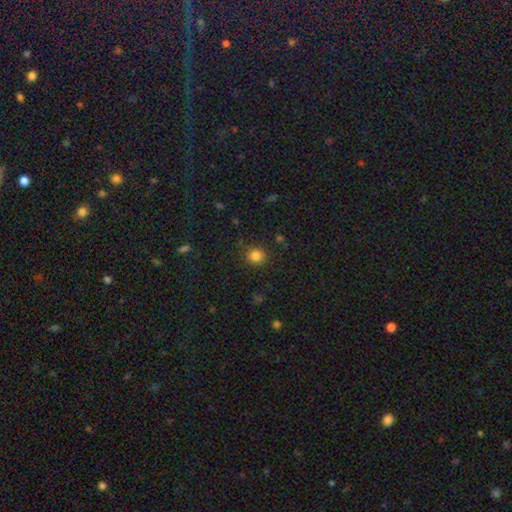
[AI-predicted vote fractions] smooth_or_featured: smooth (p=0.83) [alt: star or artifact p=0.13]
how_rounded: round (p=0.88) [alt: in between p=0.11]
merging: none (p=0.86) [alt: minor disturbance p=0.09]